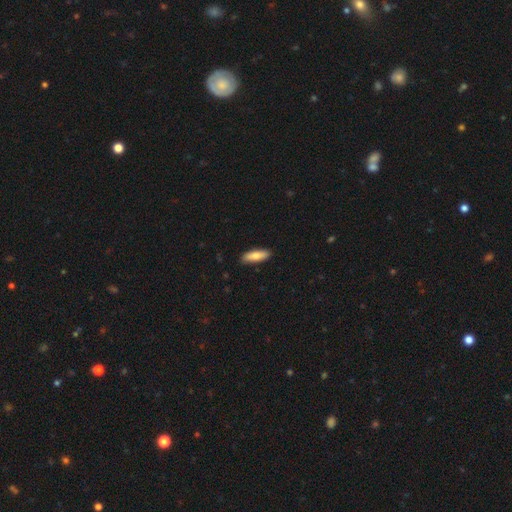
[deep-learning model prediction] This is likely a smooth galaxy (80%). How rounded: possibly cigar-shaped (51%). Merging: clearly none (88%).